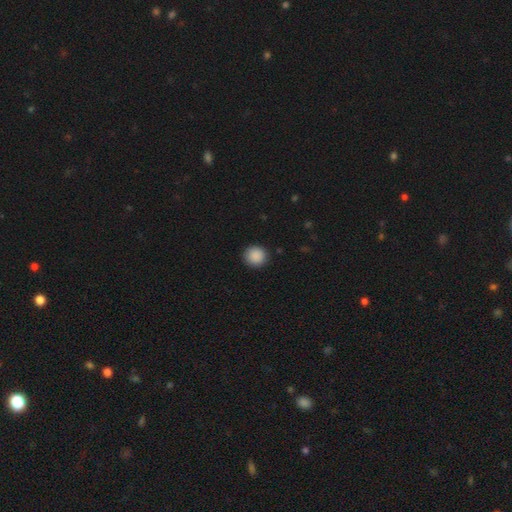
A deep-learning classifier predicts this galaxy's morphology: Smooth or featured? Predicted: smooth (p=0.89). How rounded? Predicted: round (p=0.92). Merging? Predicted: none (p=0.91).